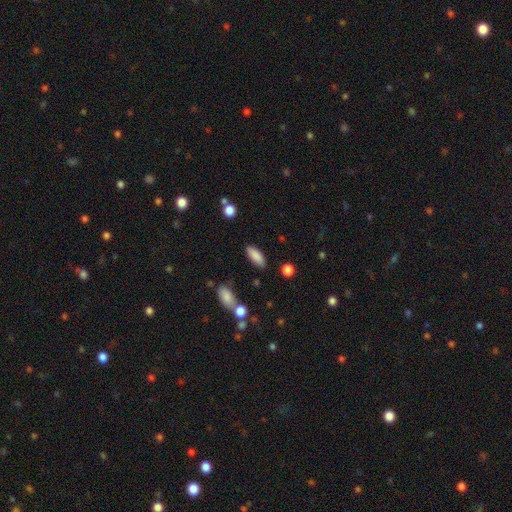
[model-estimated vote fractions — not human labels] A smooth galaxy with no disk features (87%) that is in between round and cigar-shaped (74%).

Vote fractions:
- Smooth or featured? smooth: 87% / star or artifact: 7% / featured or disk: 6%
- How rounded? in between: 74% / cigar-shaped: 24% / round: 2%
- Merging? none: 84% / minor disturbance: 10% / major disturbance: 3% / merger: 3%